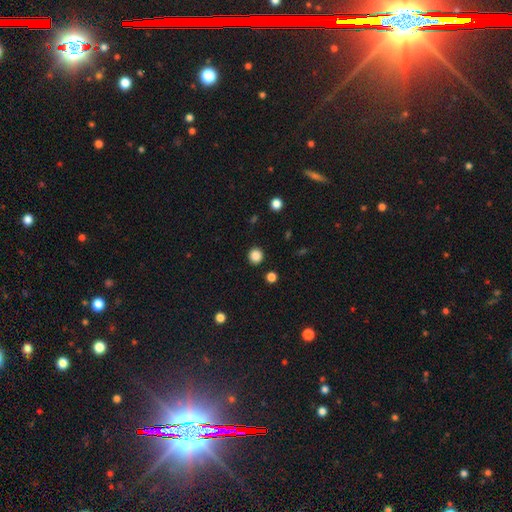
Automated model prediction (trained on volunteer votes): A smooth galaxy with no disk features (86%) that is round (90%).

Vote fractions:
- Smooth or featured? smooth: 86% / star or artifact: 11% / featured or disk: 3%
- How rounded? round: 90% / in between: 9% / cigar-shaped: 1%
- Merging? none: 91% / minor disturbance: 5% / major disturbance: 2% / merger: 2%